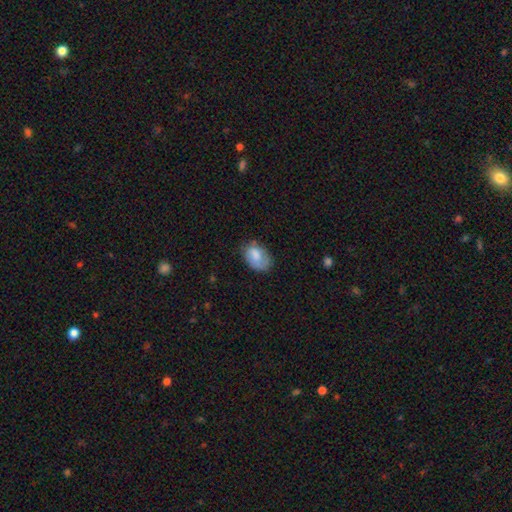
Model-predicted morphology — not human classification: Smooth or featured? smooth (76%)
How rounded? in between (83%)
Merging? none (58%)